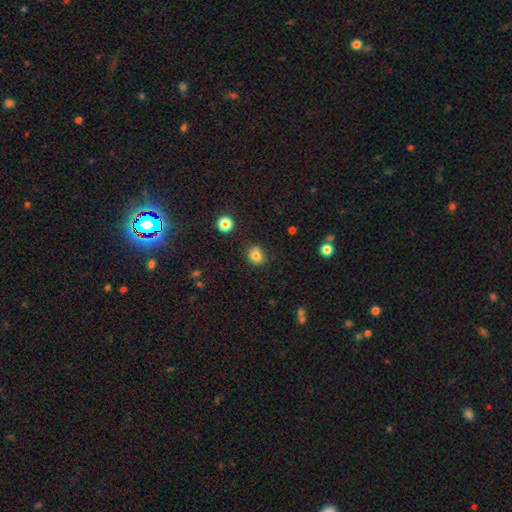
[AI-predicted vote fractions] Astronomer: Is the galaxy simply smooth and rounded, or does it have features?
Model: smooth — 81%.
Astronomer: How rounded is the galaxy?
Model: round — 66%.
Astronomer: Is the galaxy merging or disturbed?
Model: none — 78%.